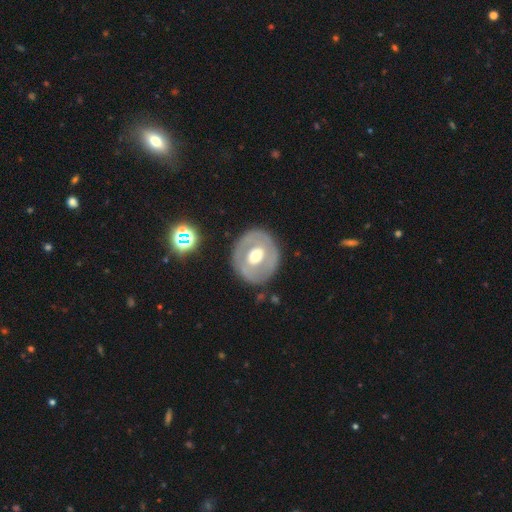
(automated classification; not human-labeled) A featured or disk galaxy (57%) with no bar (55%), no spiral arms (80%) and a moderate central bulge (70%).

Vote fractions:
- Smooth or featured? featured or disk: 57% / smooth: 37% / star or artifact: 6%
- Edge-on disk? no: 94% / yes: 6%
- Bar? no: 55% / weak: 30% / strong: 15%
- Spiral arms? no: 80% / yes: 20%
- Bulge size? moderate: 70% / large: 18% / small: 9% / dominant: 1% / none: 1%
- Merging? none: 80% / minor disturbance: 12% / major disturbance: 5% / merger: 2%